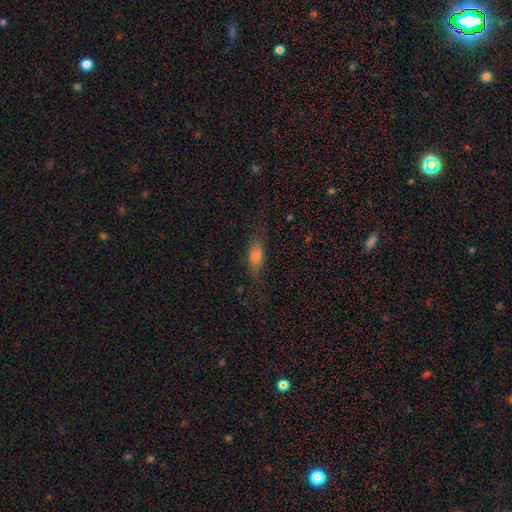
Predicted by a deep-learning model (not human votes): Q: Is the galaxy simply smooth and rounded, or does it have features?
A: smooth — 61%.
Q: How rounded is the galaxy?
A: in between — 54%.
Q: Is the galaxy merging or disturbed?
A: none — 69%.